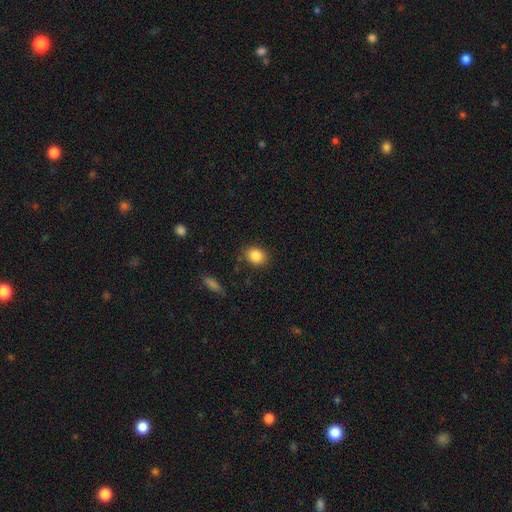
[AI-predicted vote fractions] A smooth galaxy with no disk features (85%) that is round (51%).

Vote fractions:
- Smooth or featured? smooth: 85% / star or artifact: 9% / featured or disk: 6%
- How rounded? round: 51% / in between: 47% / cigar-shaped: 1%
- Merging? none: 84% / minor disturbance: 11% / major disturbance: 3% / merger: 2%